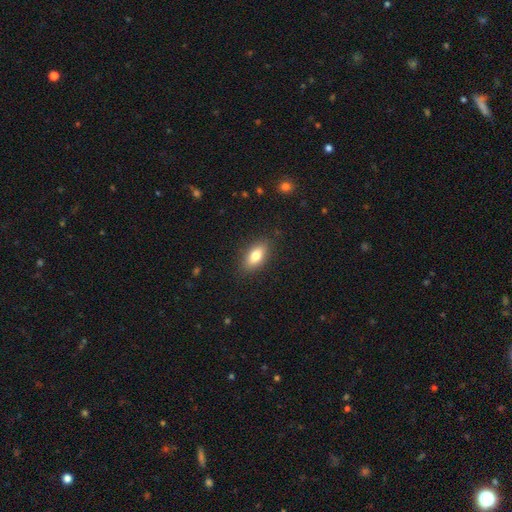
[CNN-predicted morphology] smooth 79%, featured or disk 14%, star or artifact 8%. Down the decision tree: how rounded — in between (86%); merging — none (86%).